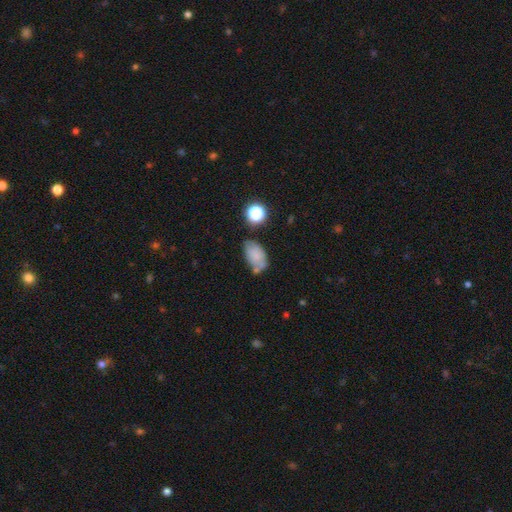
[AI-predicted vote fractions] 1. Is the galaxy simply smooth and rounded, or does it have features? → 72% smooth, 17% featured or disk, 11% star or artifact.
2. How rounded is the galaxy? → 89% in between, 9% round, 2% cigar-shaped.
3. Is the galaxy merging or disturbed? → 50% none, 26% minor disturbance, 15% merger, 9% major disturbance.